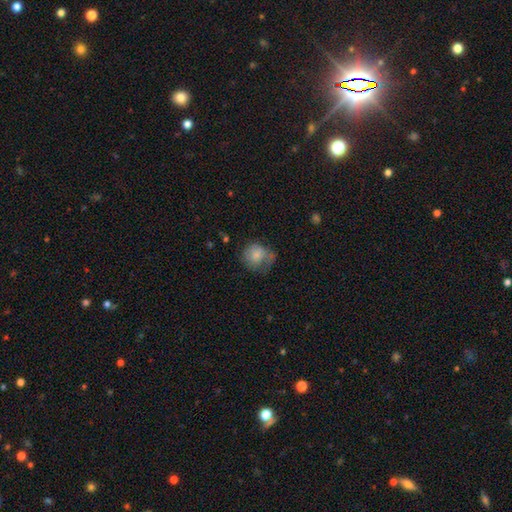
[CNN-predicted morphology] Smooth or featured? smooth (74%)
How rounded? round (71%)
Merging? none (40%)